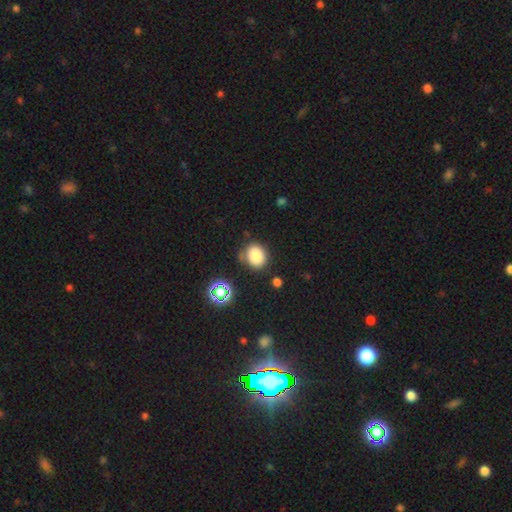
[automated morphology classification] Smooth or featured? smooth (80%)
How rounded? round (55%)
Merging? none (73%)